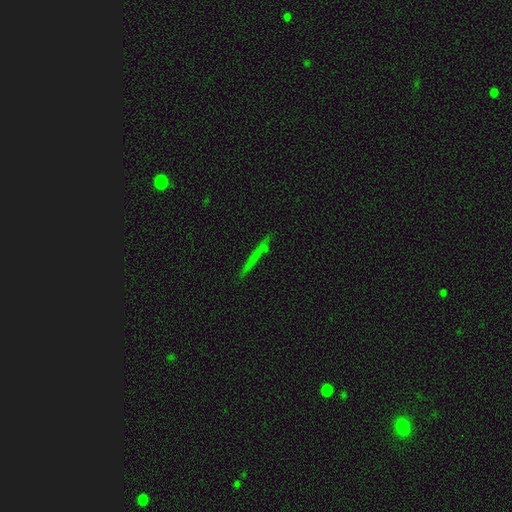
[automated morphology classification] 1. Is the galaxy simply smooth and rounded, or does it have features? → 53% smooth, 34% featured or disk, 13% star or artifact.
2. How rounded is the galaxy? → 94% cigar-shaped, 4% in between, 3% round.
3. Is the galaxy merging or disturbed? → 85% none, 11% minor disturbance, 3% major disturbance, 2% merger.